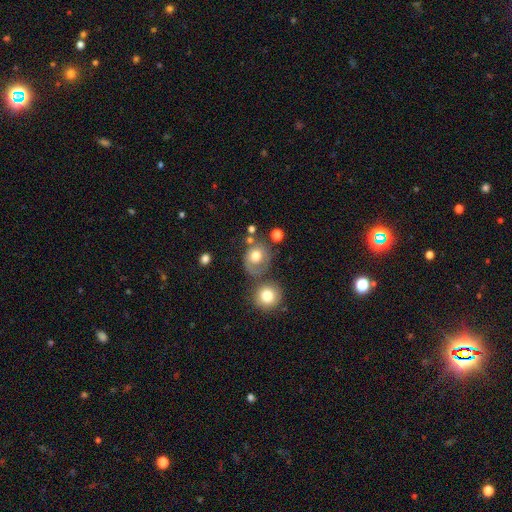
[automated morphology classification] The model was most divided on "merging": none: 48%, minor disturbance: 20%, merger: 18%, major disturbance: 14%. More confident: how rounded — round (72%); smooth or featured — smooth (68%).